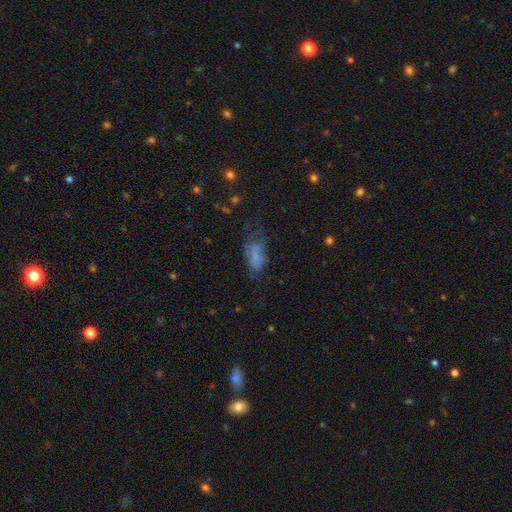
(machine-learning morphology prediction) smooth-or-featured: smooth: 62% | featured or disk: 24% | star or artifact: 14%
  how-rounded: in between: 85% | cigar-shaped: 10% | round: 4%
  merging: none: 33% | major disturbance: 32% | minor disturbance: 29% | merger: 5%